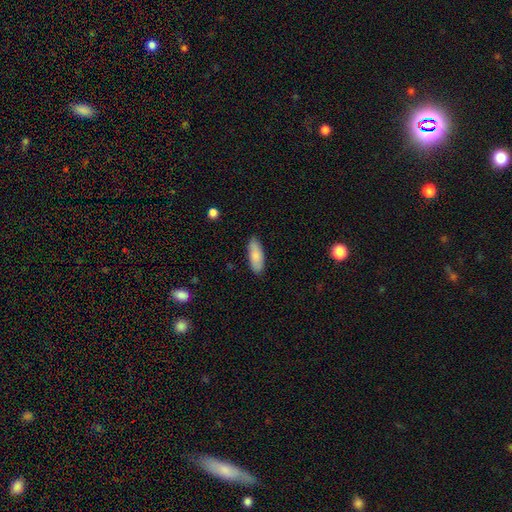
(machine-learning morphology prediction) Smooth or featured? Predicted: smooth (p=0.84). How rounded? Predicted: in between (p=0.74). Merging? Predicted: none (p=0.87).